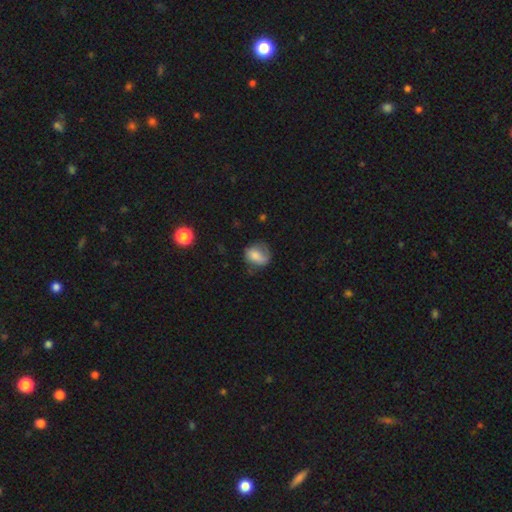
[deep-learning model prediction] smooth_or_featured: smooth (p=0.70) [alt: featured or disk p=0.20]
how_rounded: in between (p=0.56) [alt: round p=0.42]
merging: none (p=0.46) [alt: minor disturbance p=0.33]